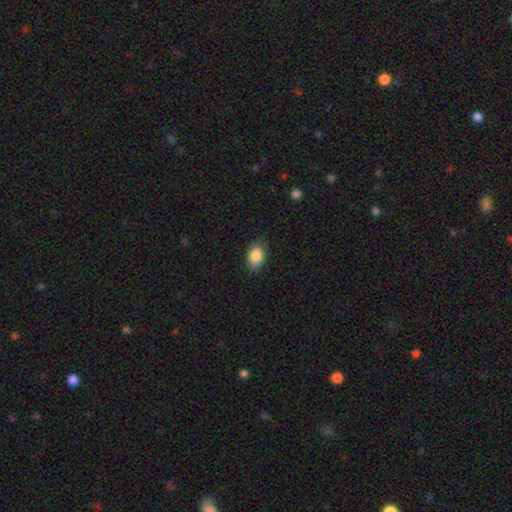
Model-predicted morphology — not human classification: Smooth or featured? smooth (86%)
How rounded? in between (83%)
Merging? none (82%)